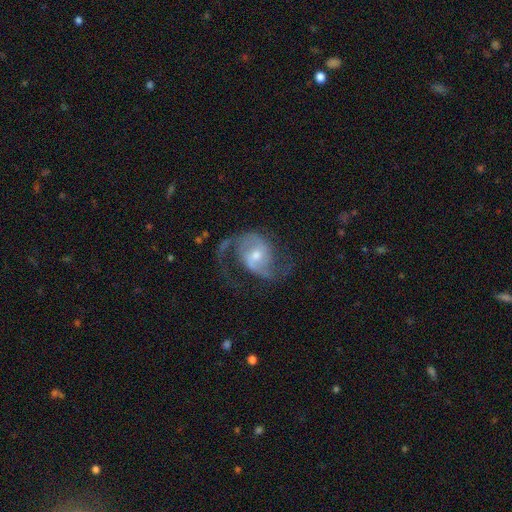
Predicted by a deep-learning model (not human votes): Smooth or featured?
  - featured or disk: 88% *
  - smooth: 7%
  - star or artifact: 5%
Edge-on disk?
  - no: 98% *
  - yes: 2%
Bar?
  - weak: 47% *
  - no: 38%
  - strong: 15%
Spiral arms?
  - yes: 96% *
  - no: 4%
Spiral winding?
  - medium: 48% *
  - loose: 41%
  - tight: 11%
Spiral arm count?
  - 2: 88% *
  - 1: 5%
  - can't tell: 3%
  - 3: 2%
  - 4: 1%
  - more than 4: 1%
Bulge size?
  - moderate: 52% *
  - small: 42%
  - large: 3%
  - none: 2%
  - dominant: 1%
Merging?
  - none: 65% *
  - major disturbance: 18%
  - minor disturbance: 15%
  - merger: 2%